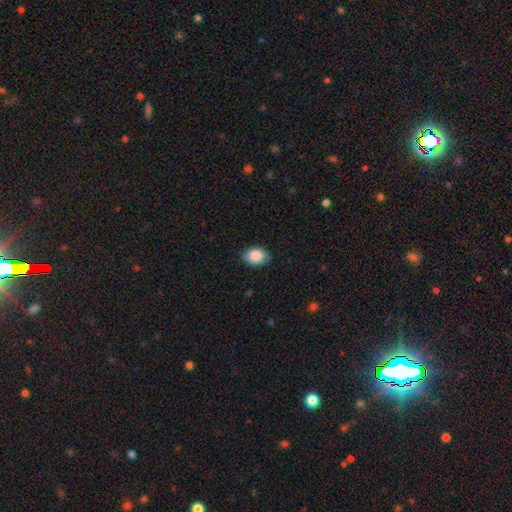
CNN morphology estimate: A smooth galaxy with no disk features (87%) that is in between round and cigar-shaped (77%). Merging: none (86%).